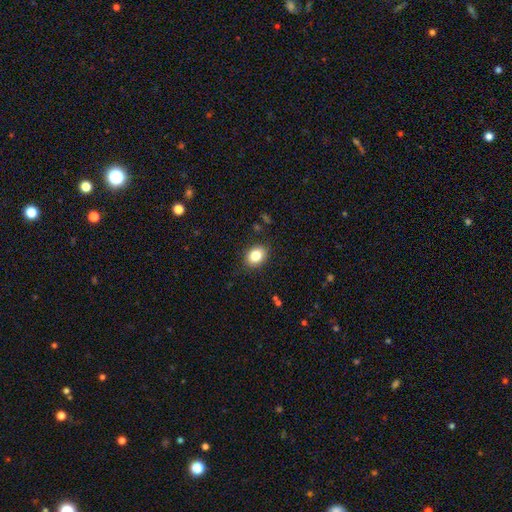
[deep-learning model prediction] smooth-or-featured: smooth: 83% | star or artifact: 9% | featured or disk: 8%
  how-rounded: in between: 62% | round: 37% | cigar-shaped: 1%
  merging: none: 87% | minor disturbance: 9% | major disturbance: 2% | merger: 1%